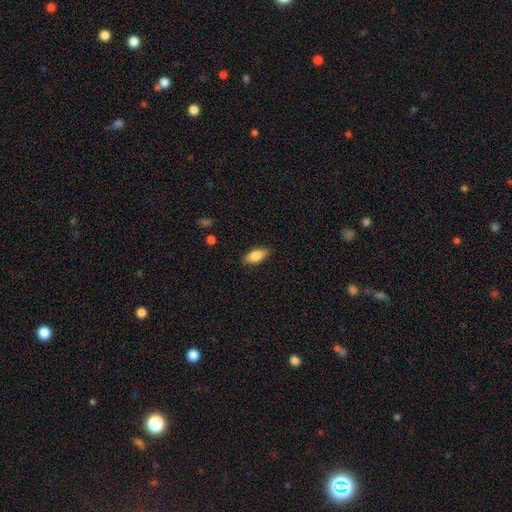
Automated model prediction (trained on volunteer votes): A smooth galaxy with no disk features (80%) that is in between round and cigar-shaped (81%). Merging: none (86%).